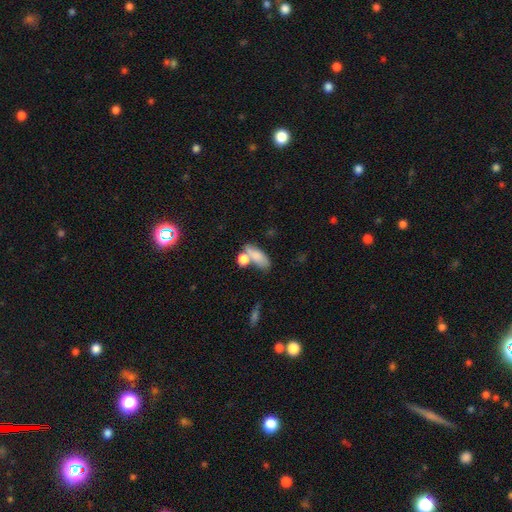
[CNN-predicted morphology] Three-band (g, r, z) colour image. It shows a smooth galaxy with no disk features (77%) that is in between round and cigar-shaped (77%). Merging: merger (40%).